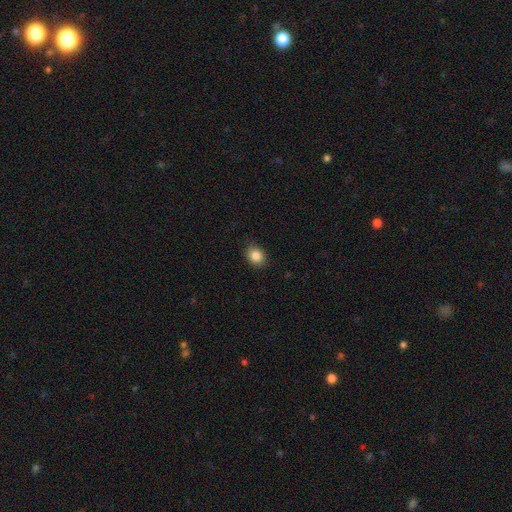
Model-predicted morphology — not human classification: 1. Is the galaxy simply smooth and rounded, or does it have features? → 86% smooth, 9% star or artifact, 5% featured or disk.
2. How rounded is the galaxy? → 51% round, 48% in between, 1% cigar-shaped.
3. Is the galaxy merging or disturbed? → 87% none, 10% minor disturbance, 2% major disturbance, 1% merger.